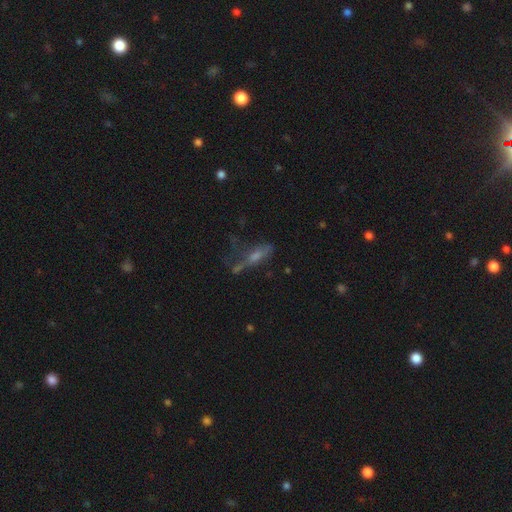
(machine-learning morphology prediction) Smooth or featured: featured or disk — 46% (smooth — 34%)
Merging: none — 41% (major disturbance — 27%)